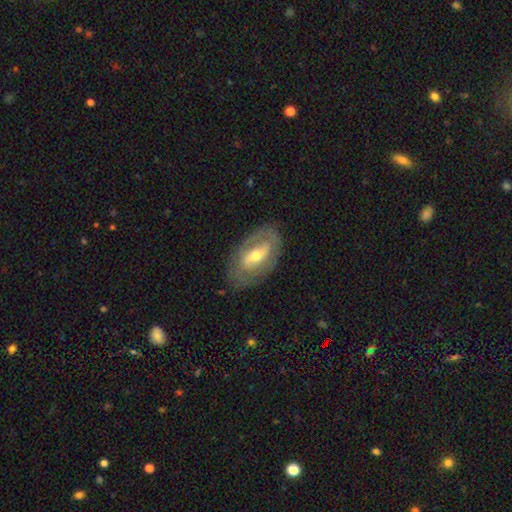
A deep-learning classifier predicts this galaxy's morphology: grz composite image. It shows a featured or disk galaxy (67%) with a strong bar (38%), no spiral arms (50%, tied with yes) and a moderate central bulge (62%). Merging: none (76%).